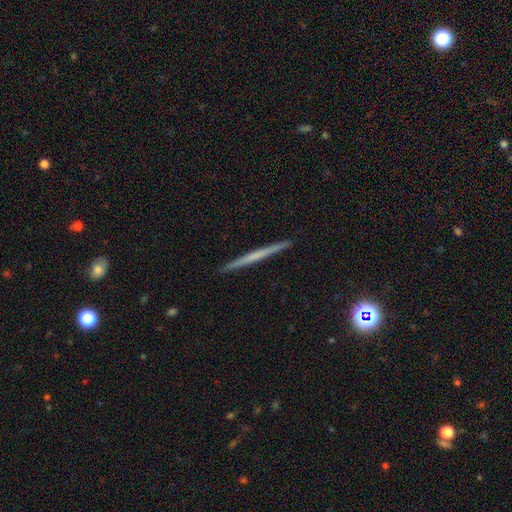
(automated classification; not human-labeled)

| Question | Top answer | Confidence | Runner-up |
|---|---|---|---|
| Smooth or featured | featured or disk | 53% | smooth (41%) |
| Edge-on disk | yes | 98% | no (2%) |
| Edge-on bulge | none | 88% | rounded (8%) |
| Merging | none | 93% | minor disturbance (5%) |